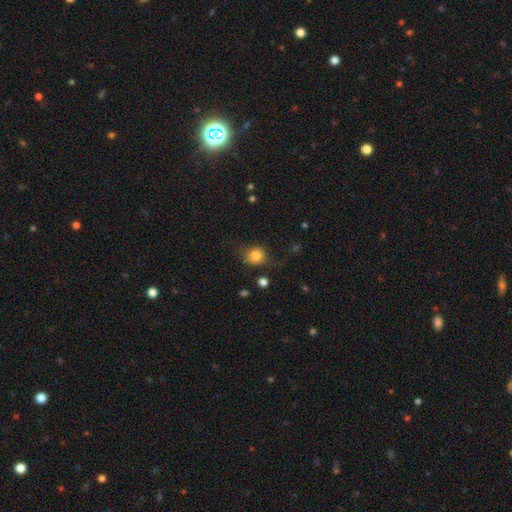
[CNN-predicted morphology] Overall: smooth (79%). How rounded: round (74%). Merging: none (63%; minor disturbance 24%).